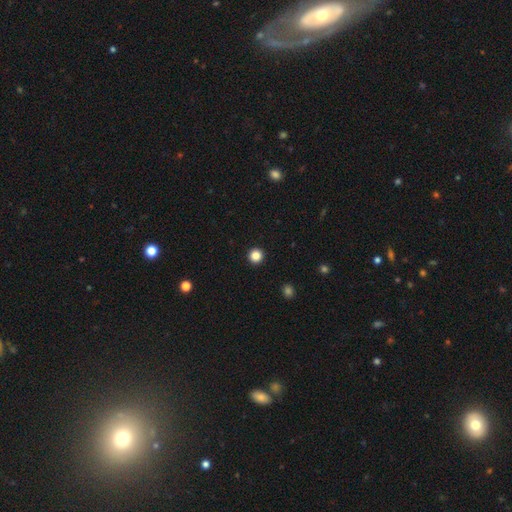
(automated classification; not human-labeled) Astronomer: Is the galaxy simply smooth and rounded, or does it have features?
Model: smooth — 85%.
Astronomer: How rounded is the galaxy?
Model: round — 96%.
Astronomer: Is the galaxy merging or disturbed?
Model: none — 94%.